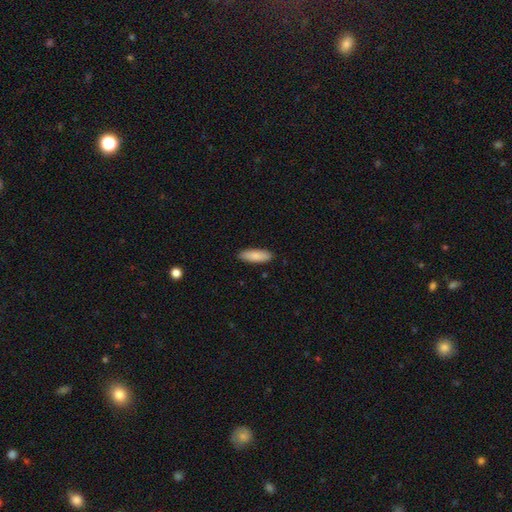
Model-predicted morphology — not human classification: smooth_or_featured: smooth (p=0.86) [alt: featured or disk p=0.08]
how_rounded: in between (p=0.58) [alt: cigar-shaped p=0.41]
merging: none (p=0.89) [alt: minor disturbance p=0.08]